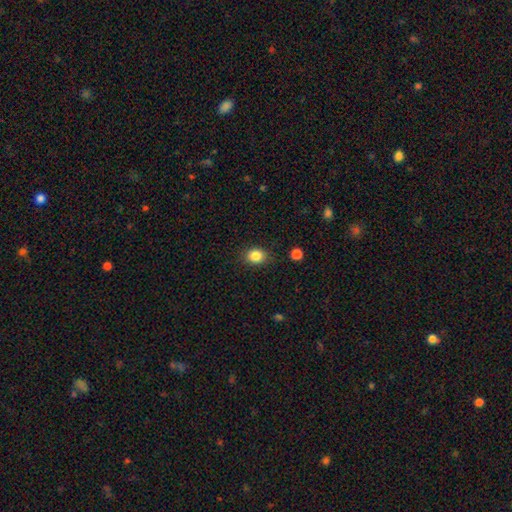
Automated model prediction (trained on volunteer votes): Morphology: type=smooth (85%); roundness=round (54%); merging=none (84%).